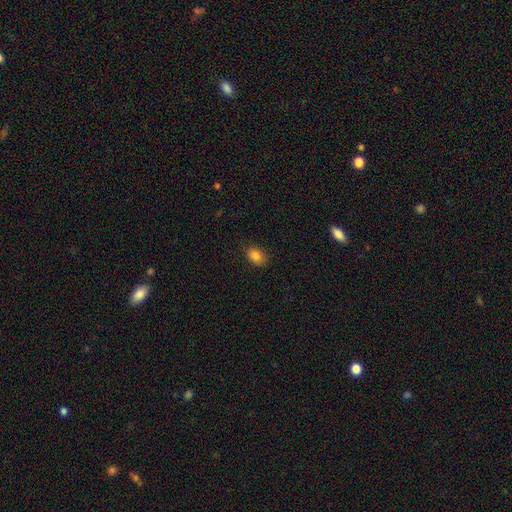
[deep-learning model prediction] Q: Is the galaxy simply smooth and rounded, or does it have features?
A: smooth — 84%.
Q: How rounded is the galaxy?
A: in between — 73%.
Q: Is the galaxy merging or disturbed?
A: none — 82%.